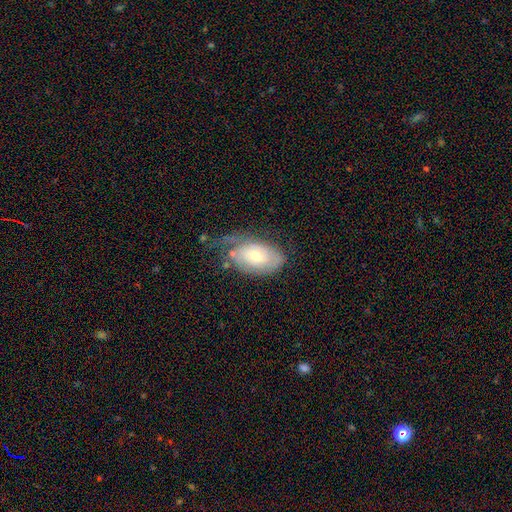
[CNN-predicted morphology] This appears to be a smooth galaxy with no disk features (50%) that is in between round and cigar-shaped (89%). Merging: none (38%).